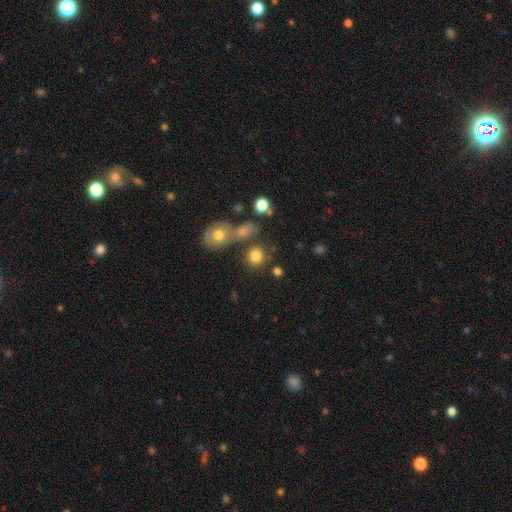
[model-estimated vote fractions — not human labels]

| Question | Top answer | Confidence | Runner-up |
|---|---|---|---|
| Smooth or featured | smooth | 79% | star or artifact (12%) |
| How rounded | round | 80% | in between (19%) |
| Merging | none | 64% | merger (21%) |